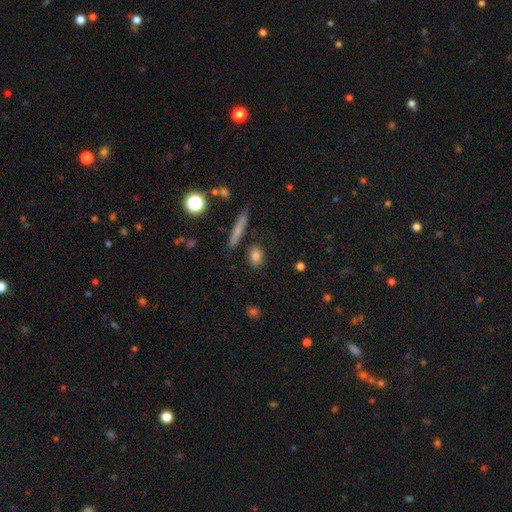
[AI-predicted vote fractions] smooth-or-featured: smooth: 83% | star or artifact: 9% | featured or disk: 8%
  how-rounded: in between: 63% | round: 29% | cigar-shaped: 8%
  merging: none: 84% | minor disturbance: 10% | merger: 4% | major disturbance: 3%